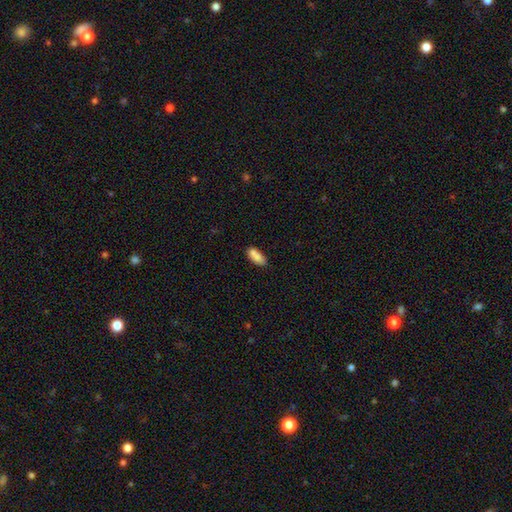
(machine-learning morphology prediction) Smooth or featured: smooth — 82% (featured or disk — 10%)
How rounded: in between — 82% (cigar-shaped — 16%)
Merging: none — 58% (merger — 21%)